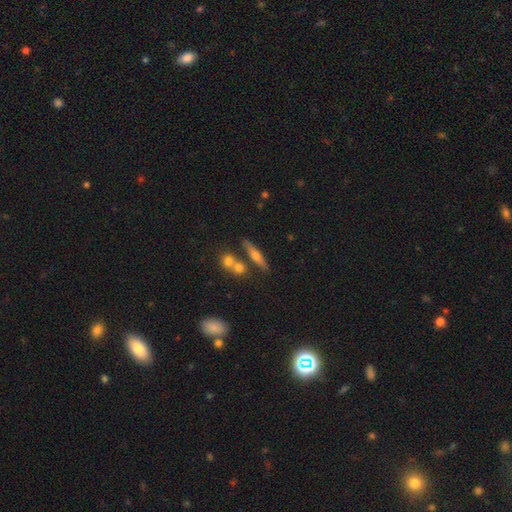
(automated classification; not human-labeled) Q: Smooth or featured?
A: featured or disk (47%); runner-up: smooth (45%)
Q: Merging?
A: none (70%); runner-up: merger (16%)